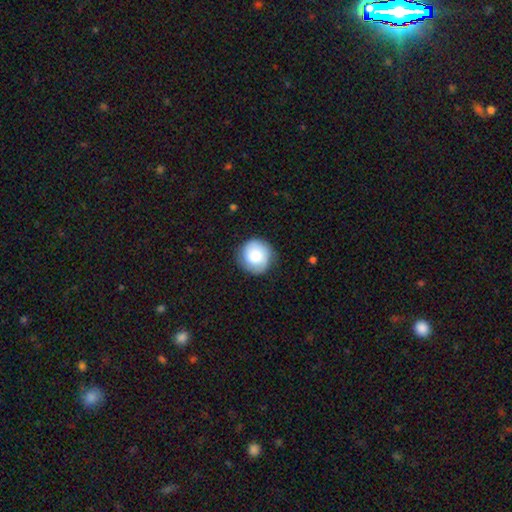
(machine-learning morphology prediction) smooth-or-featured: smooth: 74% | featured or disk: 20% | star or artifact: 7%
  how-rounded: round: 92% | in between: 7% | cigar-shaped: 1%
  merging: none: 83% | minor disturbance: 13% | major disturbance: 3% | merger: 1%